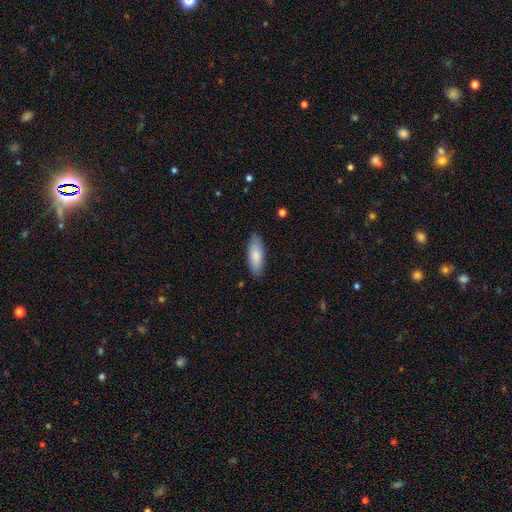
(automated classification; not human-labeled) Overall: smooth (83%). How rounded: in between (68%; cigar-shaped 30%). Merging: none (85%).